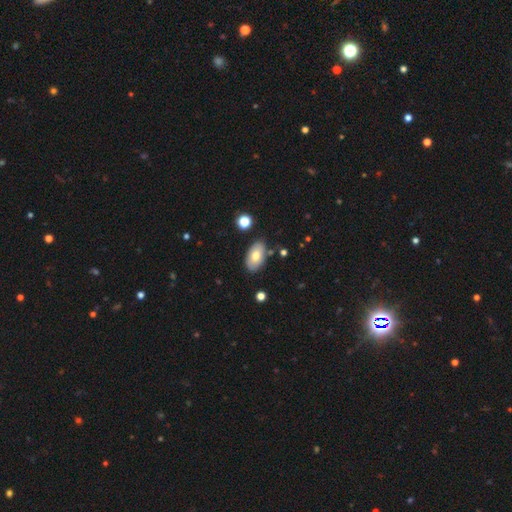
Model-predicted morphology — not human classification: A smooth galaxy with no disk features (71%) that is in between round and cigar-shaped (94%). Merging: none (81%).